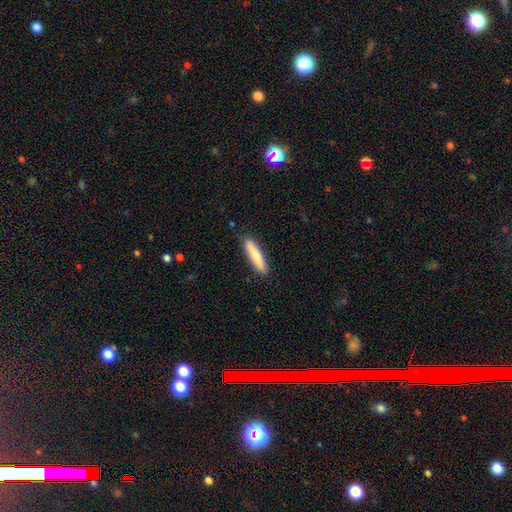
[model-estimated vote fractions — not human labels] Smooth or featured? smooth (79%)
How rounded? cigar-shaped (87%)
Merging? none (88%)